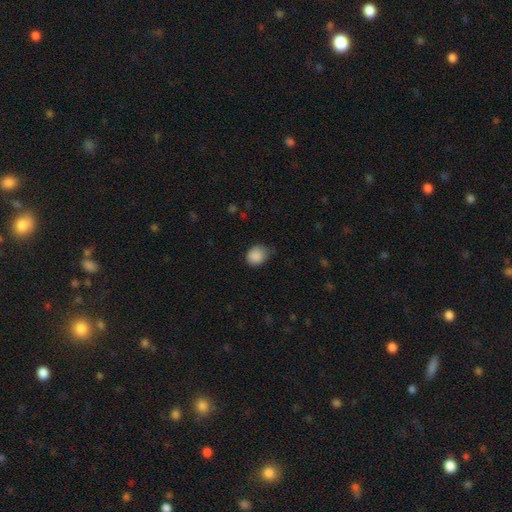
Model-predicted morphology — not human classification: Smooth or featured? smooth (88%)
How rounded? round (63%)
Merging? none (57%)